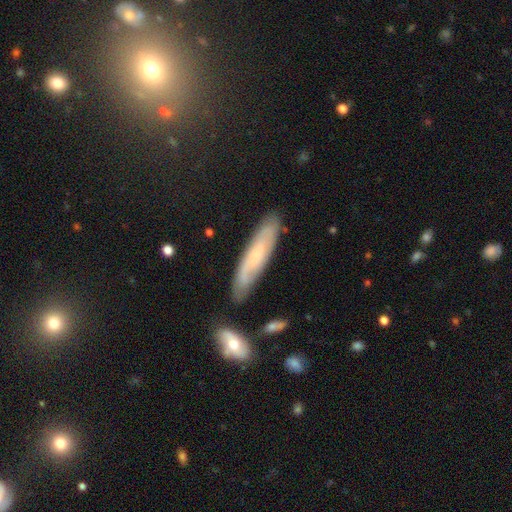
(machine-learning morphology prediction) Smooth or featured: smooth — 49% (featured or disk — 43%)
Merging: none — 78% (minor disturbance — 15%)